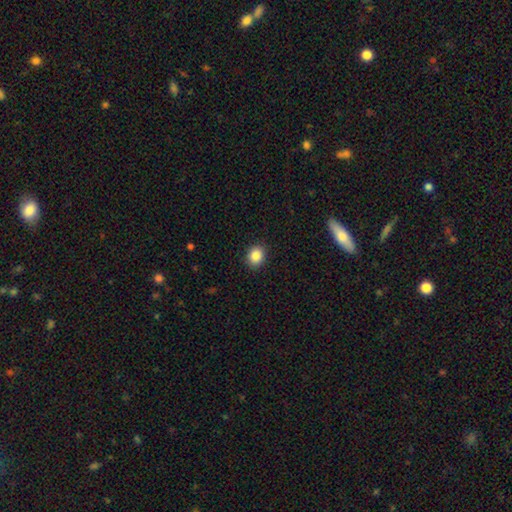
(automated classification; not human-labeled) smooth-or-featured: smooth: 87% | star or artifact: 9% | featured or disk: 4%
  how-rounded: round: 65% | in between: 34% | cigar-shaped: 1%
  merging: none: 89% | minor disturbance: 7% | major disturbance: 2% | merger: 1%